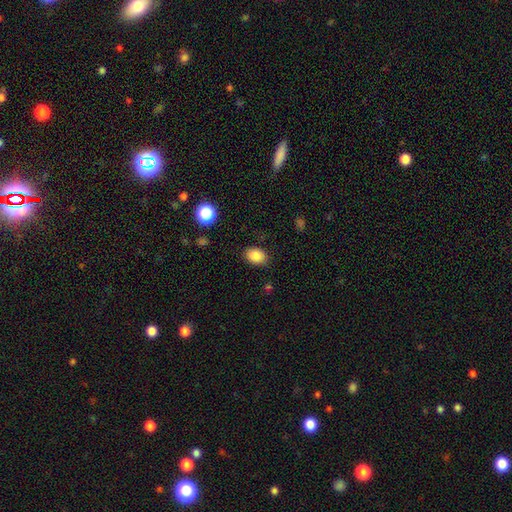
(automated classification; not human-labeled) A smooth galaxy with no disk features (86%) that is in between round and cigar-shaped (71%).

Vote fractions:
- Smooth or featured? smooth: 86% / star or artifact: 9% / featured or disk: 5%
- How rounded? in between: 71% / round: 28% / cigar-shaped: 1%
- Merging? none: 85% / minor disturbance: 10% / major disturbance: 3% / merger: 1%